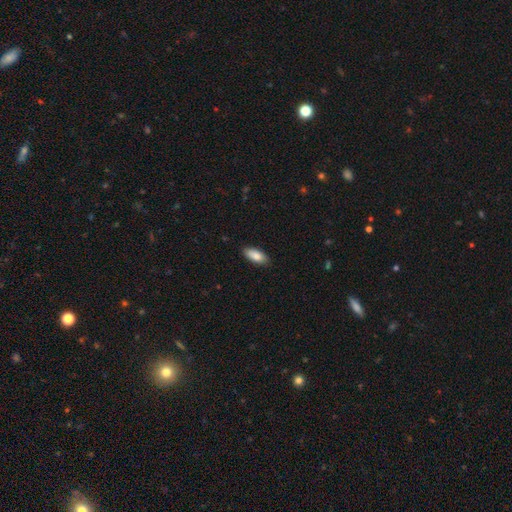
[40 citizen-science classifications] Morphology: type=smooth (90%); roundness=in between (81%); merging=none (89%).